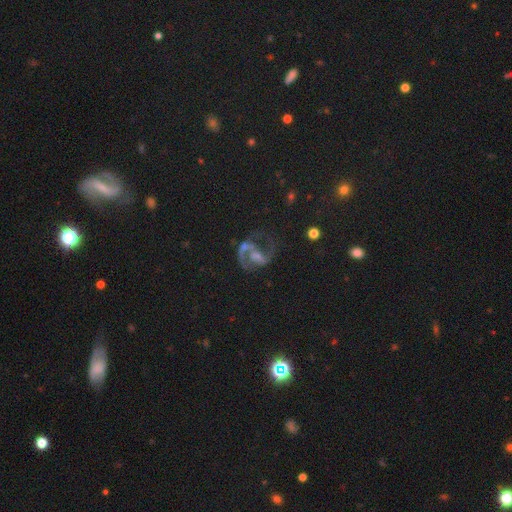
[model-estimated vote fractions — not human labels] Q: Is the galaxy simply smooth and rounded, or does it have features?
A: featured or disk — 69%.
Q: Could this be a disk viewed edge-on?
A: no — 97%.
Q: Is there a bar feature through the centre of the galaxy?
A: no — 41%.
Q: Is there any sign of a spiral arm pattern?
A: yes — 81%.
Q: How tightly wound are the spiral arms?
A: medium — 45%.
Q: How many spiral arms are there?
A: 2 — 79%.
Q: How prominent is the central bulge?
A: small — 41%.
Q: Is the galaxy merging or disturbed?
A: none — 45%.